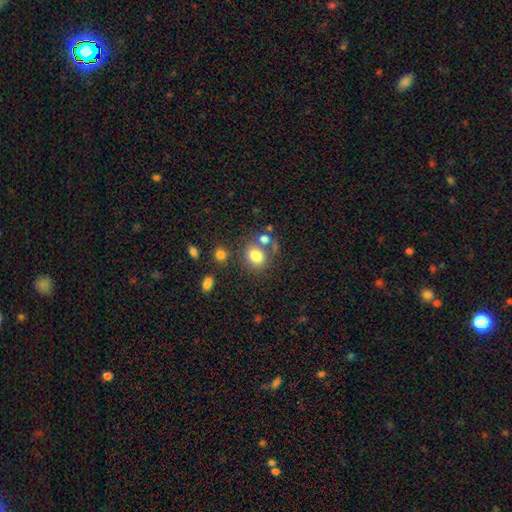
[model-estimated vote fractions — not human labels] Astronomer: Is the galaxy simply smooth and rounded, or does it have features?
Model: smooth — 78%.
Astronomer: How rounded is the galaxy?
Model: round — 68%.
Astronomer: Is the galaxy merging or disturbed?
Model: none — 64%.